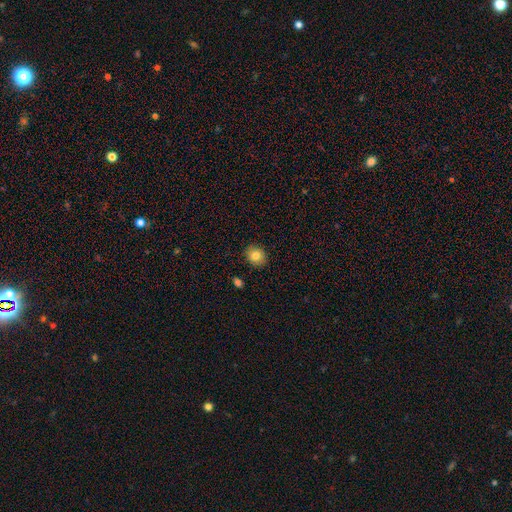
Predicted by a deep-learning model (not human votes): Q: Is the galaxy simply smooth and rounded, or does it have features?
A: smooth — 82%.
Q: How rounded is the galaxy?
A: round — 75%.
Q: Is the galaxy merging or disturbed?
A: none — 89%.